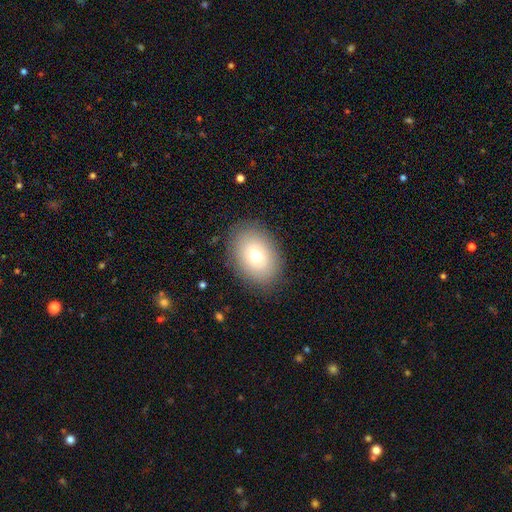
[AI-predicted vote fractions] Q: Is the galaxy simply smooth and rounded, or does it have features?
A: smooth — 74%.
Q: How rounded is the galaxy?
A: in between — 75%.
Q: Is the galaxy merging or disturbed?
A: none — 86%.